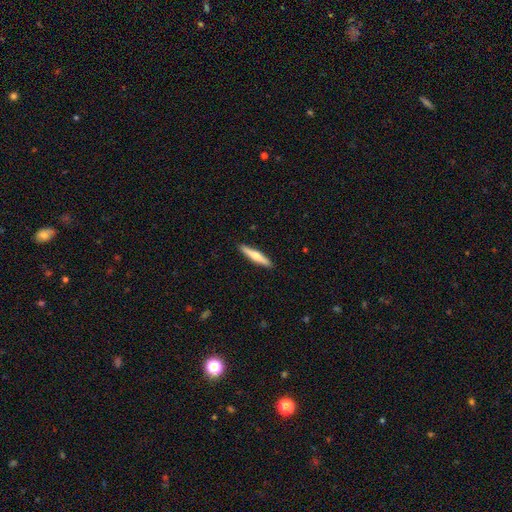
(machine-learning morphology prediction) Smooth or featured? featured or disk (48%)
Merging? none (91%)